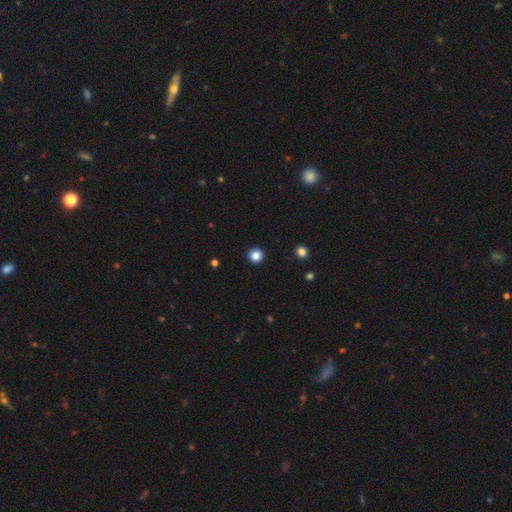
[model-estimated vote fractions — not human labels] This appears to be a smooth galaxy with no disk features (84%) that is round (95%). Merging: none (93%).